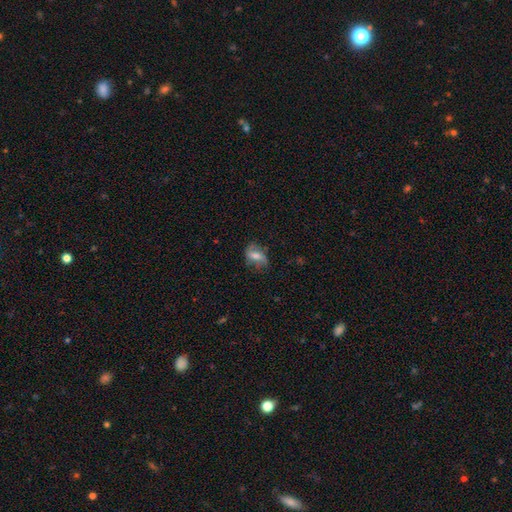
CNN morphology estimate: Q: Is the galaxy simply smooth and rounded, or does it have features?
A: smooth — 47%.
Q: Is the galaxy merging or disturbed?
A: none — 62%.